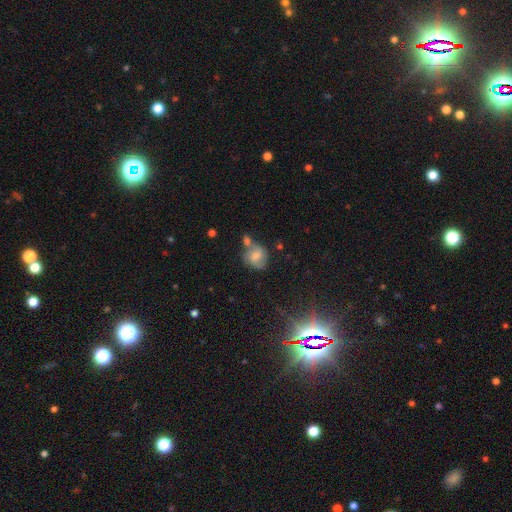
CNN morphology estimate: A smooth galaxy with no disk features (48%).

Vote fractions:
- Smooth or featured? smooth: 48% / featured or disk: 40% / star or artifact: 12%
- Merging? none: 44% / merger: 29% / minor disturbance: 19% / major disturbance: 9%